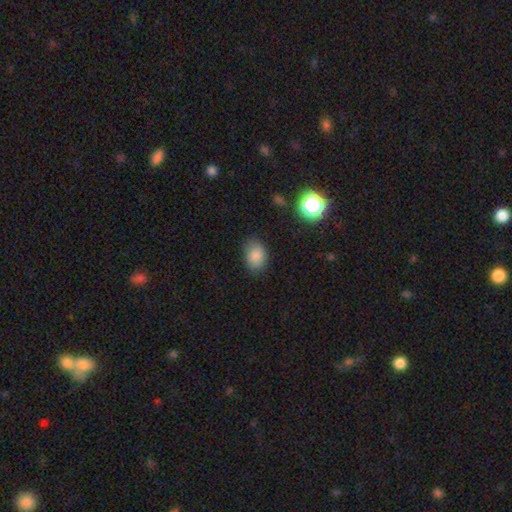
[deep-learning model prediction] A smooth galaxy with no disk features (85%) that is in between round and cigar-shaped (78%). Merging: none (79%).